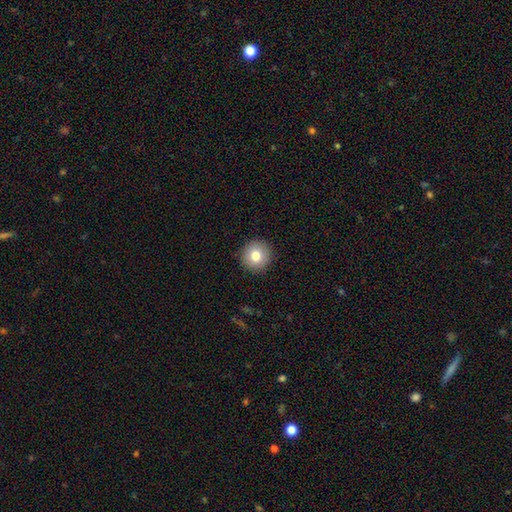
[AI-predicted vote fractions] A smooth galaxy with no disk features (80%) that is round (95%). Merging: none (92%).